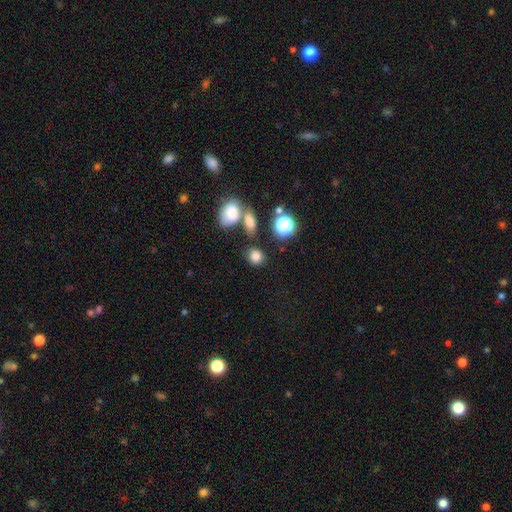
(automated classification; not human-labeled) smooth 80%, star or artifact 14%, featured or disk 7%. Down the decision tree: how rounded — round (67%); merging — none (72%).